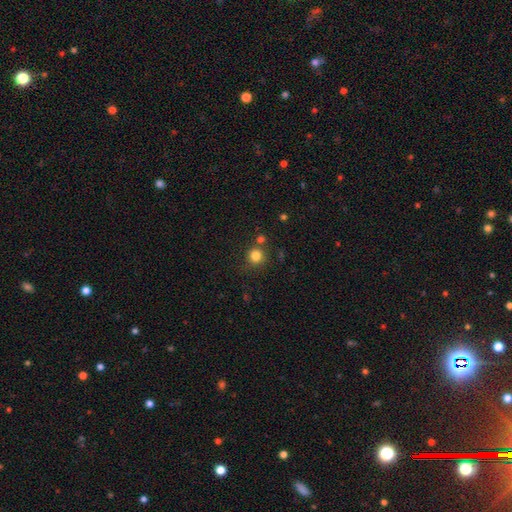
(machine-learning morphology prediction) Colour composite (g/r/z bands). It shows a smooth galaxy with no disk features (81%) that is round (93%). Merging: none (77%).